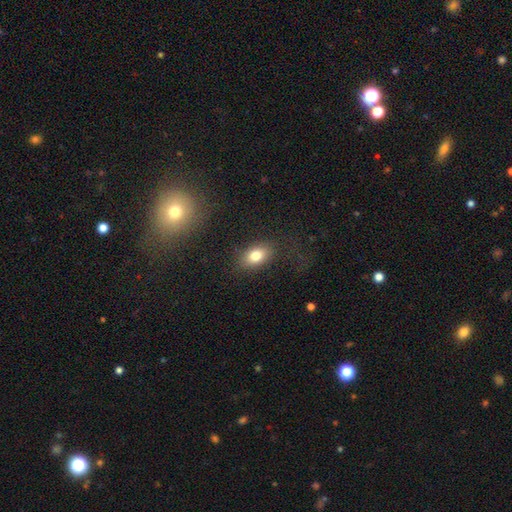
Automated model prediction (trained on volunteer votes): Smooth or featured: smooth — 79% (featured or disk — 11%)
How rounded: in between — 85% (round — 13%)
Merging: none — 81% (minor disturbance — 11%)